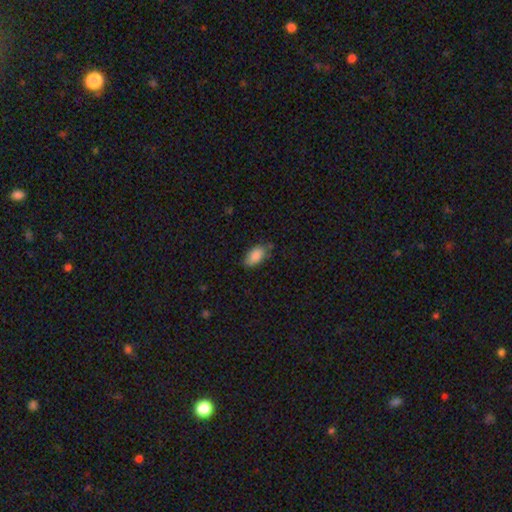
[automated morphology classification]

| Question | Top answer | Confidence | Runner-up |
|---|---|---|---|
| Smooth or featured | smooth | 86% | featured or disk (7%) |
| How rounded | in between | 93% | round (4%) |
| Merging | none | 71% | minor disturbance (22%) |